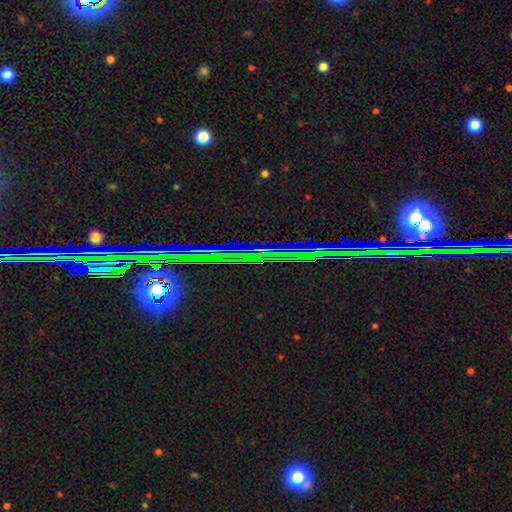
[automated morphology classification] star or artifact 80%, smooth 10%, featured or disk 10%.